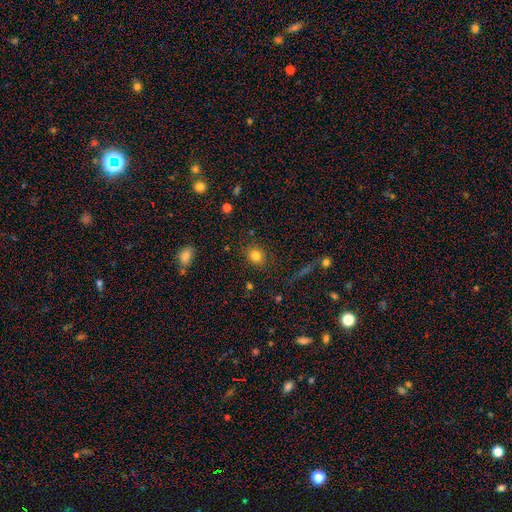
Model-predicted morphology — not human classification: Overall: smooth (82%). How rounded: round (67%; in between 32%). Merging: none (85%).